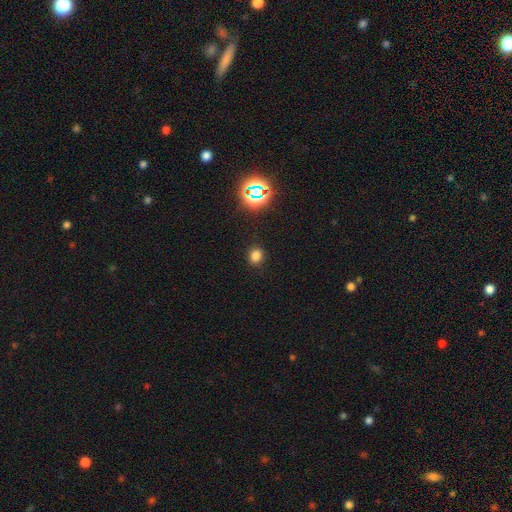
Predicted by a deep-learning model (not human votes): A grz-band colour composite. It shows a smooth galaxy with no disk features (77%) that is round (70%). Merging: none (88%).